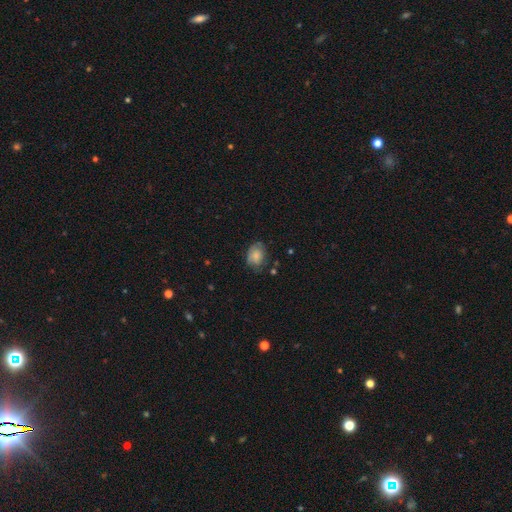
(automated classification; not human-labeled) Smooth or featured? Predicted: smooth (p=0.73). How rounded? Predicted: in between (p=0.70). Merging? Predicted: none (p=0.65).